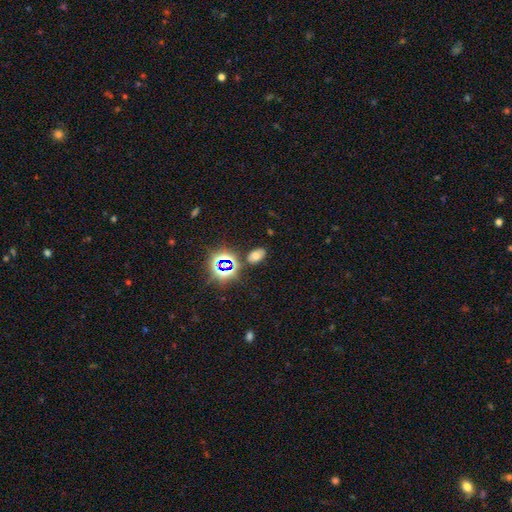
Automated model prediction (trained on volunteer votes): Morphology: type=smooth (57%); roundness=in between (88%); merging=none (81%).